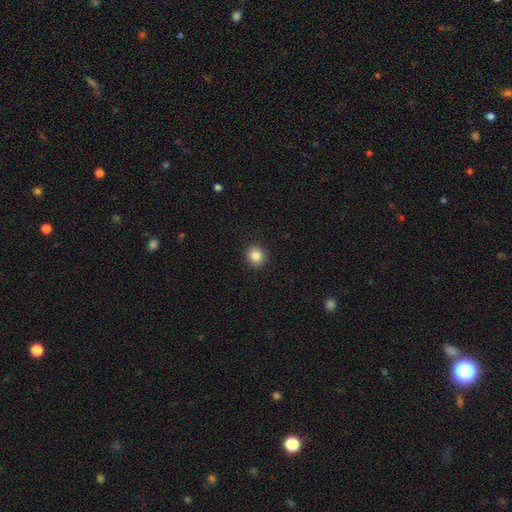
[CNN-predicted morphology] Smooth or featured? smooth (85%)
How rounded? round (83%)
Merging? none (92%)